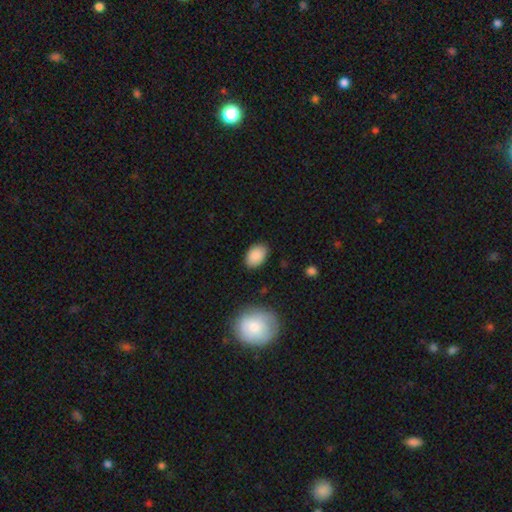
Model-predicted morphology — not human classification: A smooth galaxy with no disk features (88%) that is in between round and cigar-shaped (87%).

Vote fractions:
- Smooth or featured? smooth: 88% / star or artifact: 7% / featured or disk: 5%
- How rounded? in between: 87% / round: 12% / cigar-shaped: 1%
- Merging? none: 84% / minor disturbance: 11% / major disturbance: 3% / merger: 2%